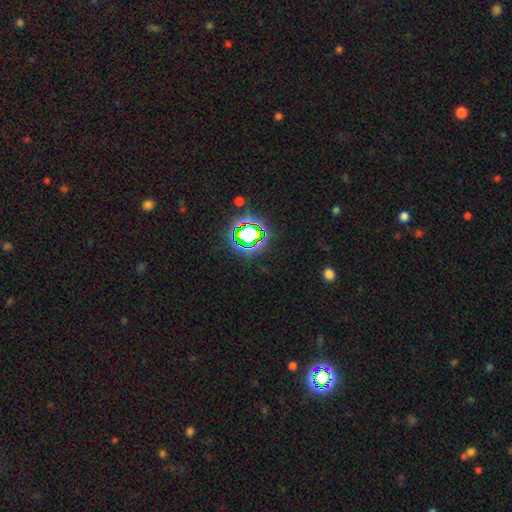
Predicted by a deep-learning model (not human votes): This is clearly a star or artifact rather than a galaxy (81%).